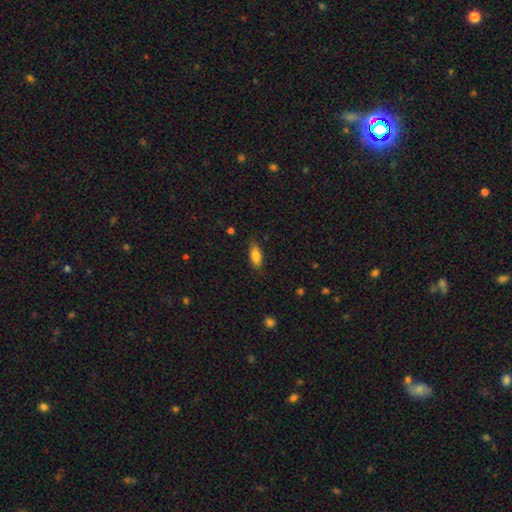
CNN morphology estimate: Smooth or featured? smooth (81%)
How rounded? in between (79%)
Merging? none (80%)